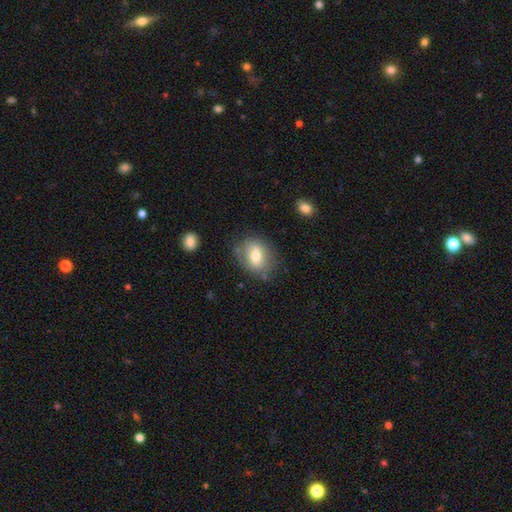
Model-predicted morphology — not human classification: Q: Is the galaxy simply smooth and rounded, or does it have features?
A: smooth — 69%.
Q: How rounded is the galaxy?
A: in between — 56%.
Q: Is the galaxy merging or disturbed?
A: none — 74%.